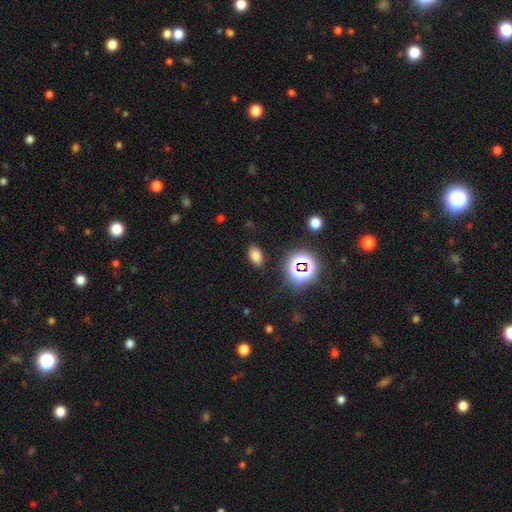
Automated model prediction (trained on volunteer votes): Morphology: type=smooth (73%); roundness=in between (86%); merging=none (87%).